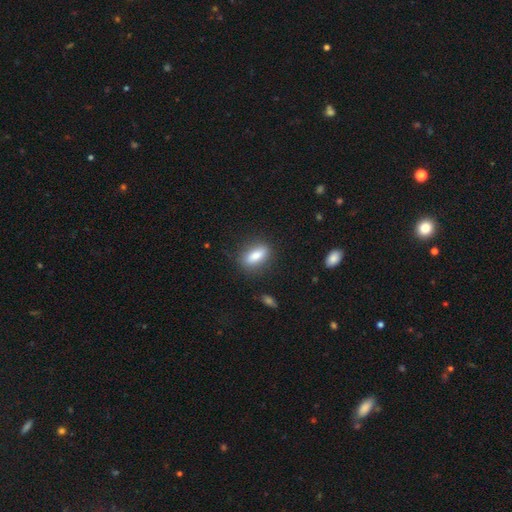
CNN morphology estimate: smooth_or_featured: smooth (p=0.78) [alt: featured or disk p=0.15]
how_rounded: in between (p=0.70) [alt: cigar-shaped p=0.24]
merging: none (p=0.83) [alt: minor disturbance p=0.11]